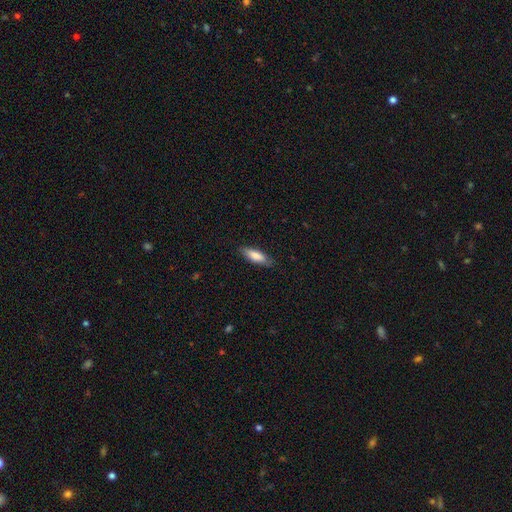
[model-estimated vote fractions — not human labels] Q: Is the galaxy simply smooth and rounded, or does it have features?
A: smooth — 79%.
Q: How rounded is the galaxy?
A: cigar-shaped — 50%.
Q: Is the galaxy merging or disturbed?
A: none — 84%.